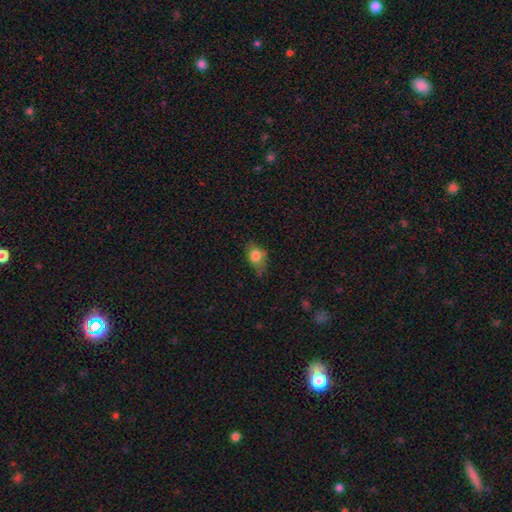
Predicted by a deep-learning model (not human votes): Q: Smooth or featured?
A: smooth (79%); runner-up: featured or disk (11%)
Q: How rounded?
A: in between (70%); runner-up: round (27%)
Q: Merging?
A: none (45%); runner-up: minor disturbance (38%)